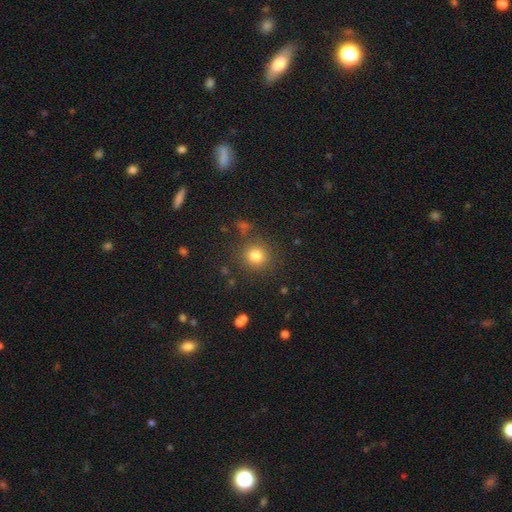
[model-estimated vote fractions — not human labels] A smooth galaxy with no disk features (80%) that is round (91%). Merging: none (85%).